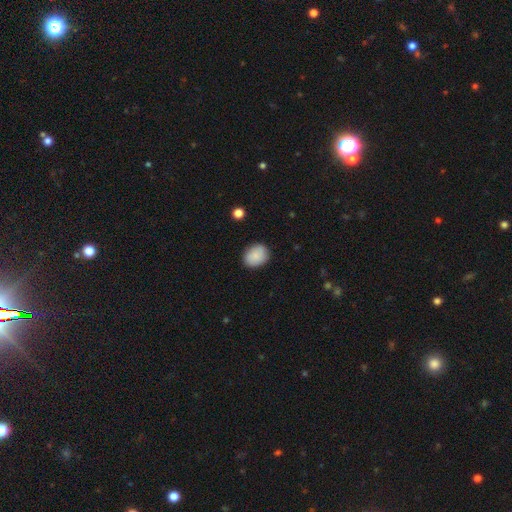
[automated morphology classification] smooth_or_featured: smooth (p=0.87) [alt: star or artifact p=0.07]
how_rounded: round (p=0.52) [alt: in between p=0.47]
merging: none (p=0.86) [alt: minor disturbance p=0.10]